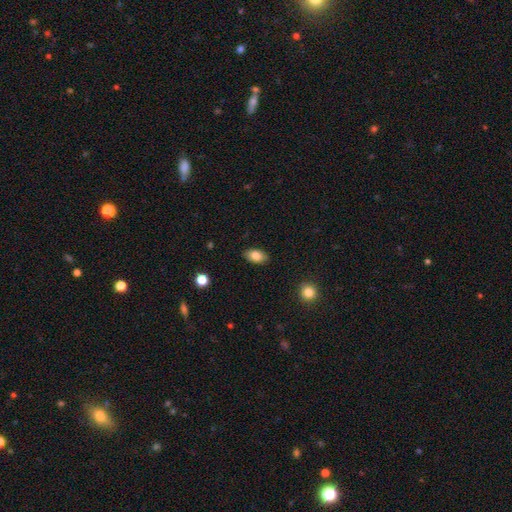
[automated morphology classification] Overall: smooth (82%). How rounded: in between (91%). Merging: none (88%).